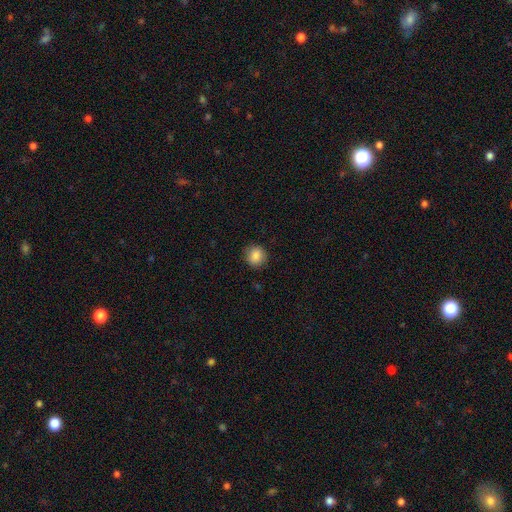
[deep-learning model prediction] The model was most divided on "how rounded": round: 88%, in between: 11%, cigar-shaped: 1%. More confident: merging — none (87%); smooth or featured — smooth (86%).